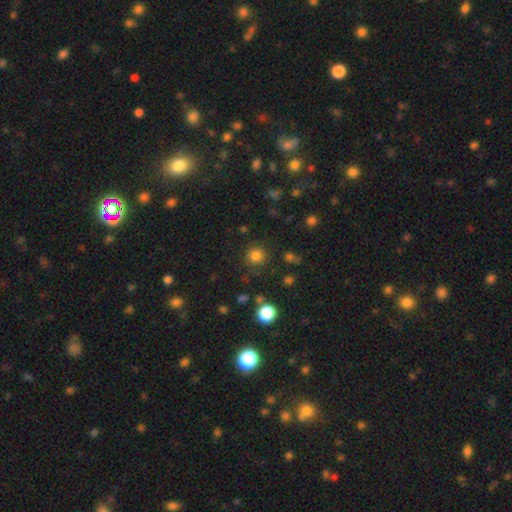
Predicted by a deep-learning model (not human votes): smooth-or-featured: smooth: 80% | star or artifact: 15% | featured or disk: 5%
  how-rounded: round: 92% | in between: 7% | cigar-shaped: 1%
  merging: none: 86% | minor disturbance: 8% | major disturbance: 3% | merger: 3%